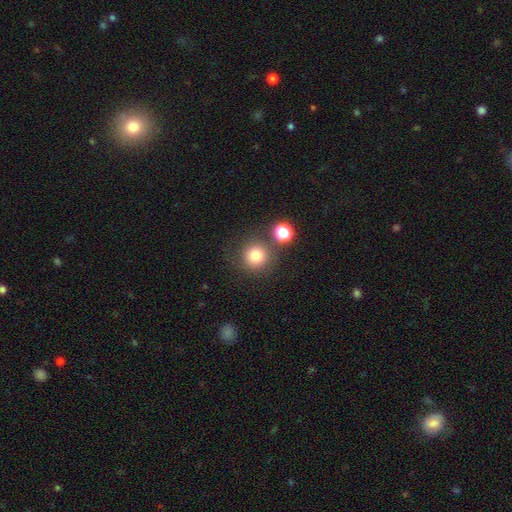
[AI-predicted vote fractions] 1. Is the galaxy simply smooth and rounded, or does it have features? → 79% smooth, 14% star or artifact, 7% featured or disk.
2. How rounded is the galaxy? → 94% round, 5% in between, 1% cigar-shaped.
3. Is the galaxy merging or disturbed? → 78% none, 9% merger, 9% minor disturbance, 4% major disturbance.